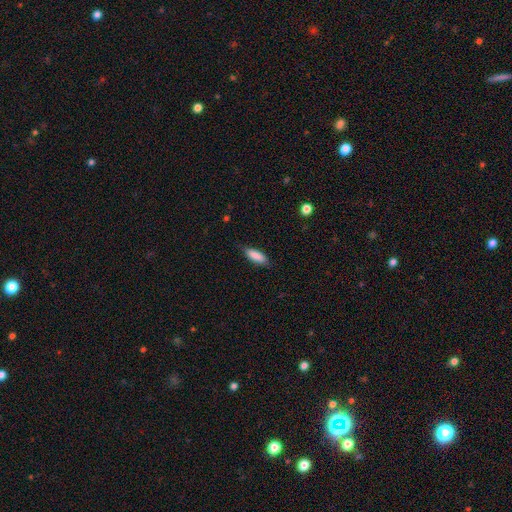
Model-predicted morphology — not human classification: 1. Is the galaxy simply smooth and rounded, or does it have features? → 86% smooth, 8% featured or disk, 6% star or artifact.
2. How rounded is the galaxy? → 65% in between, 33% cigar-shaped, 2% round.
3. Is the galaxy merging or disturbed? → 79% none, 17% minor disturbance, 3% major disturbance, 1% merger.